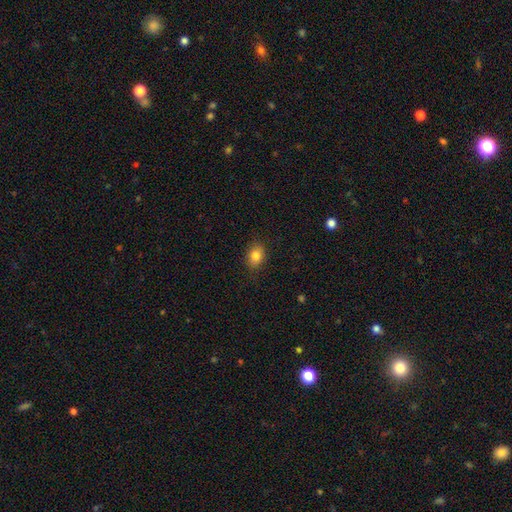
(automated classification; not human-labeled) Smooth or featured? Predicted: smooth (p=0.83). How rounded? Predicted: in between (p=0.67). Merging? Predicted: none (p=0.85).